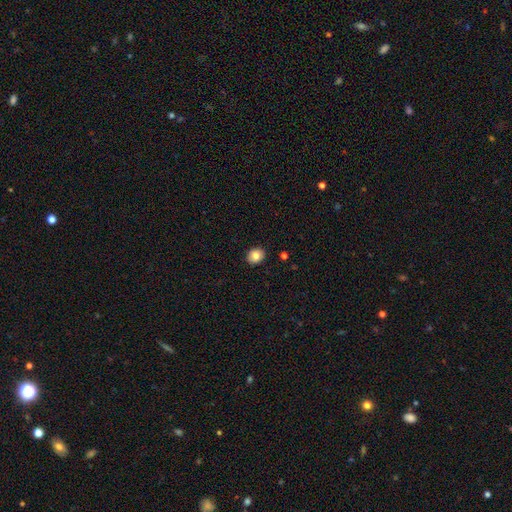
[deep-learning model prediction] A smooth galaxy with no disk features (83%) that is round (64%).

Vote fractions:
- Smooth or featured? smooth: 83% / star or artifact: 9% / featured or disk: 8%
- How rounded? round: 64% / in between: 36% / cigar-shaped: 1%
- Merging? none: 90% / minor disturbance: 7% / major disturbance: 2% / merger: 1%